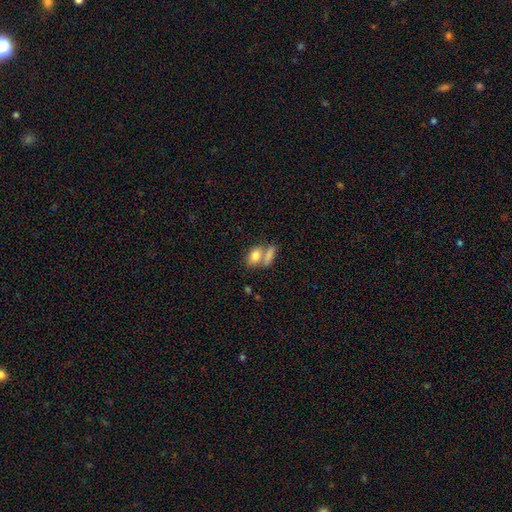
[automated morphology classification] This is likely a smooth galaxy (80%). How rounded: clearly in between (81%). Merging: possibly merger (49%).